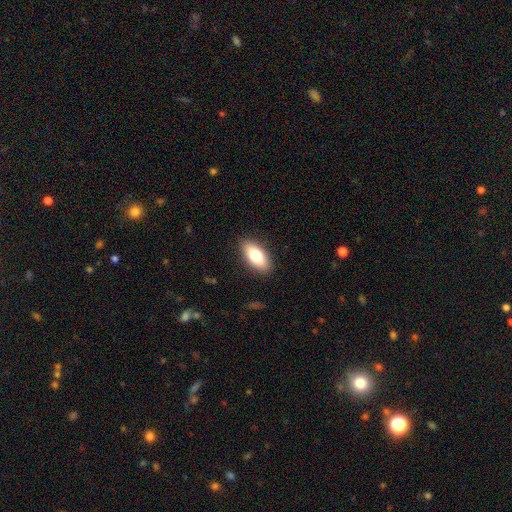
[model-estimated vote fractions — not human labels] Overall: smooth (79%). How rounded: in between (87%). Merging: none (87%).